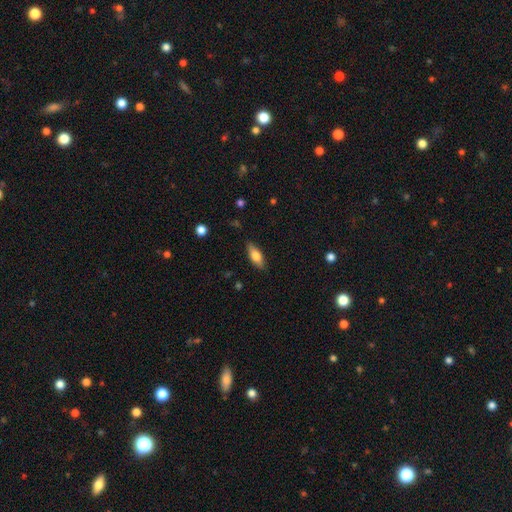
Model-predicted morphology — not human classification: The model was most divided on "how rounded": in between: 72%, cigar-shaped: 26%, round: 3%. More confident: merging — none (84%); smooth or featured — smooth (73%).